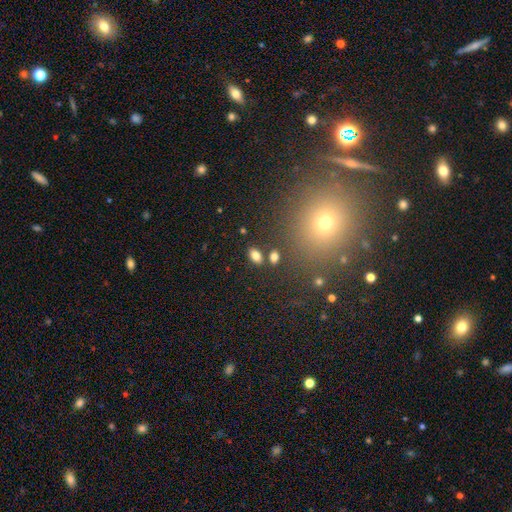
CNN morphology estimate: type=smooth (80%); roundness=in between (89%); merging=none (80%).